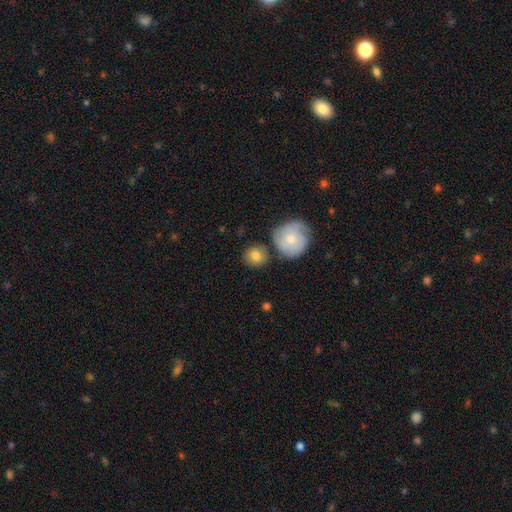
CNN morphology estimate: smooth_or_featured: smooth (p=0.81) [alt: featured or disk p=0.13]
how_rounded: round (p=0.89) [alt: in between p=0.10]
merging: none (p=0.75) [alt: minor disturbance p=0.11]